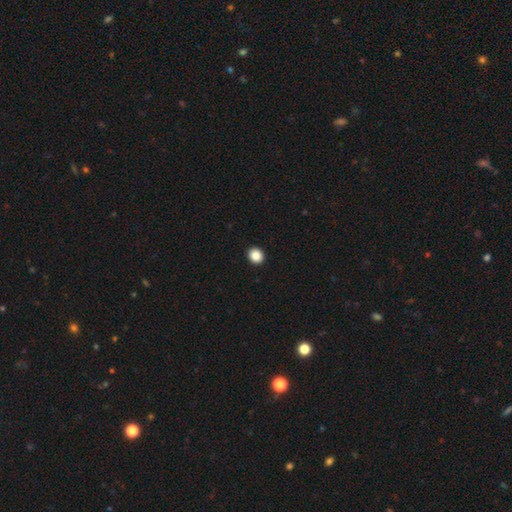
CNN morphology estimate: A smooth galaxy with no disk features (86%) that is round (81%). Merging: none (94%).